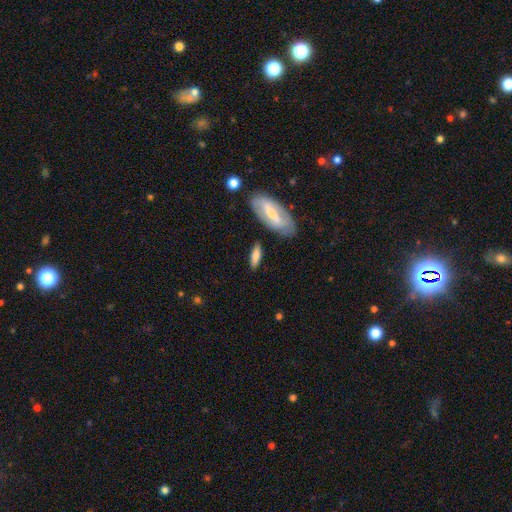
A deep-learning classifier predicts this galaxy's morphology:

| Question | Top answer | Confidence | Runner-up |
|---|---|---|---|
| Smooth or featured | smooth | 61% | featured or disk (33%) |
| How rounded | cigar-shaped | 51% | in between (46%) |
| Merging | none | 75% | minor disturbance (15%) |